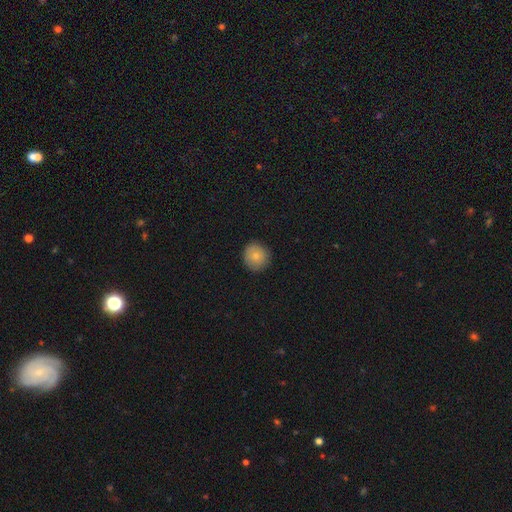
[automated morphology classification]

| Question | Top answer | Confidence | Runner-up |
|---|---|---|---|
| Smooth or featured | smooth | 80% | featured or disk (11%) |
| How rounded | round | 91% | in between (8%) |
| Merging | none | 87% | minor disturbance (10%) |